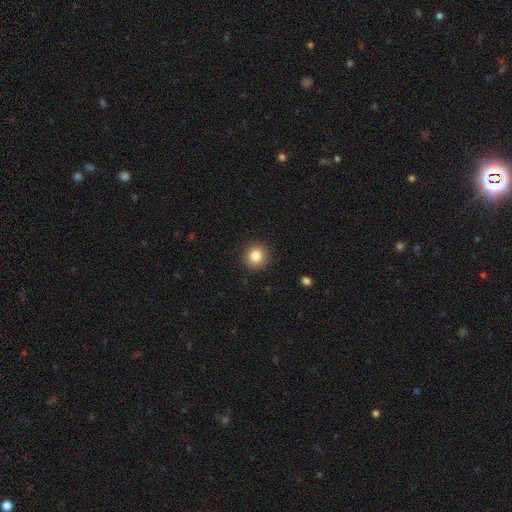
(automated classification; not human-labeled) The model was most divided on "smooth or featured": smooth: 84%, star or artifact: 10%, featured or disk: 6%. More confident: how rounded — round (91%); merging — none (91%).